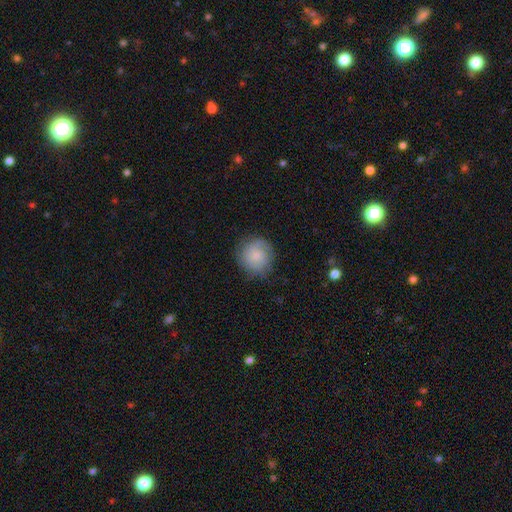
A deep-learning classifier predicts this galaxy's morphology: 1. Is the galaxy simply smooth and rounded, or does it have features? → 74% smooth, 18% featured or disk, 7% star or artifact.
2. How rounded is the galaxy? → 91% round, 8% in between, 1% cigar-shaped.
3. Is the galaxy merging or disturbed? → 76% none, 18% minor disturbance, 5% major disturbance, 1% merger.